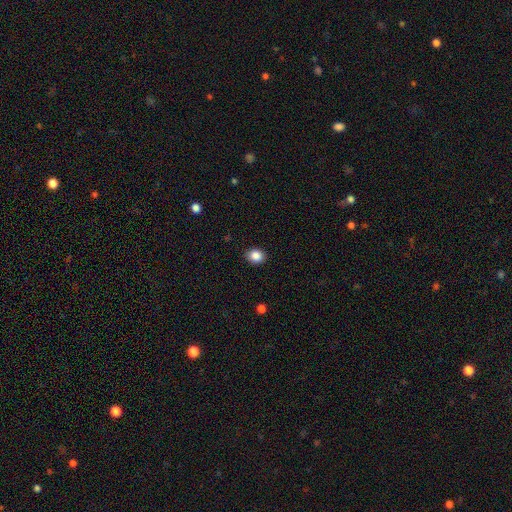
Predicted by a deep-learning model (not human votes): Smooth or featured? Predicted: smooth (p=0.86). How rounded? Predicted: in between (p=0.51). Merging? Predicted: none (p=0.88).